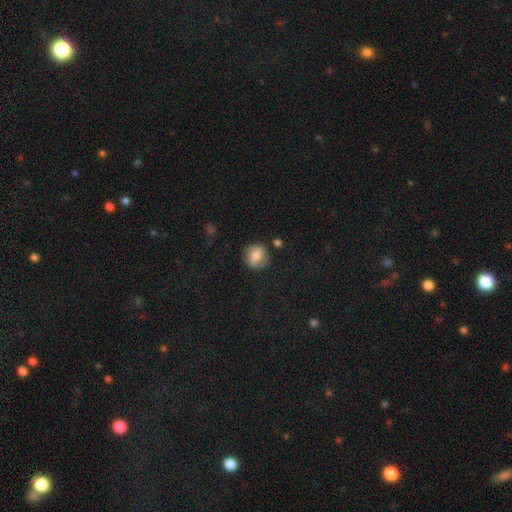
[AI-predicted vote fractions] Smooth or featured?
  - smooth: 70% *
  - featured or disk: 21%
  - star or artifact: 9%
How rounded?
  - round: 80% *
  - in between: 18%
  - cigar-shaped: 1%
Merging?
  - none: 76% *
  - minor disturbance: 15%
  - major disturbance: 5%
  - merger: 3%